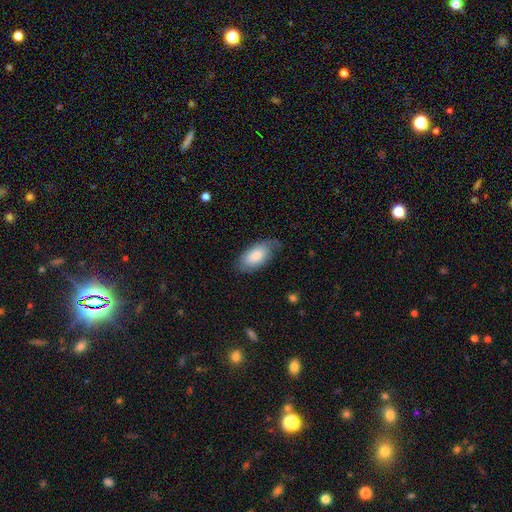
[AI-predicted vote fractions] Morphology: type=smooth (82%); roundness=in between (93%); merging=none (69%).